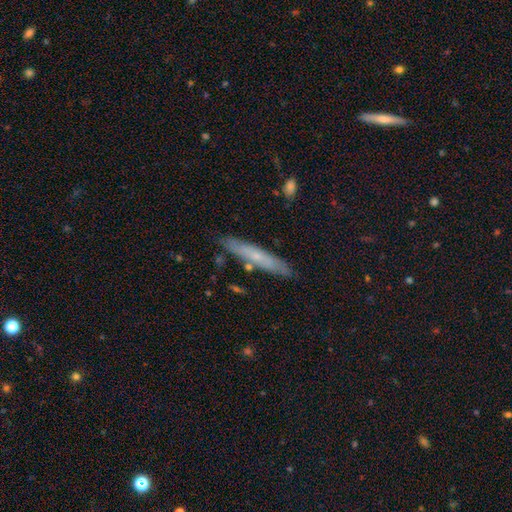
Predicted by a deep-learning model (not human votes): smooth 50%, featured or disk 42%, star or artifact 8%. Down the decision tree: how rounded — cigar-shaped (91%); merging — none (84%).